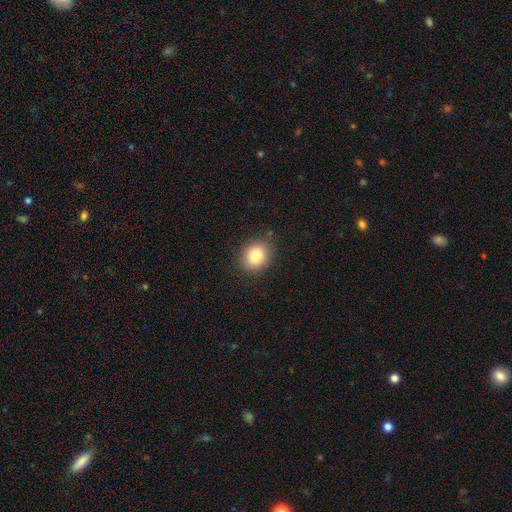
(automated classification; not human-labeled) This appears to be a smooth galaxy with no disk features (82%) that is round (64%). Merging: none (87%).